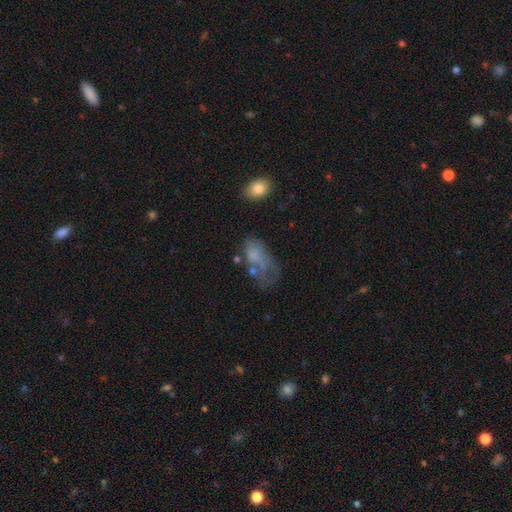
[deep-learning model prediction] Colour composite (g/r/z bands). It shows a smooth galaxy with no disk features (57%) that is in between round and cigar-shaped (89%). Merging: major disturbance (45%).